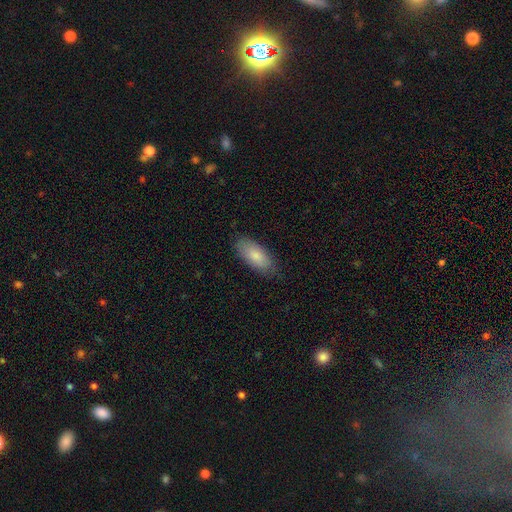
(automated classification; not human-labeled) Smooth or featured?
  - smooth: 83% *
  - featured or disk: 12%
  - star or artifact: 6%
How rounded?
  - in between: 86% *
  - cigar-shaped: 12%
  - round: 2%
Merging?
  - none: 80% *
  - minor disturbance: 15%
  - major disturbance: 3%
  - merger: 1%